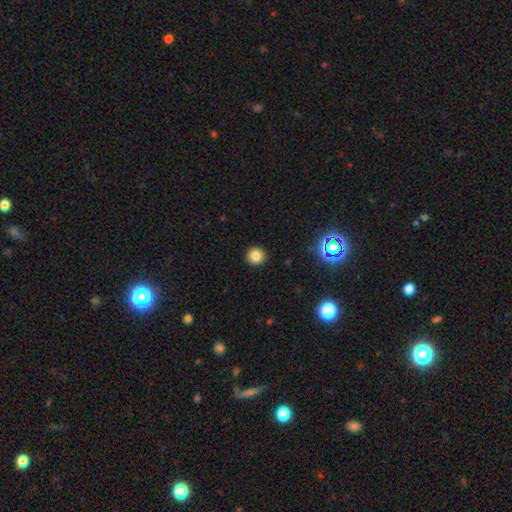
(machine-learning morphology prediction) smooth_or_featured: smooth (p=0.82) [alt: star or artifact p=0.13]
how_rounded: round (p=0.95) [alt: in between p=0.04]
merging: none (p=0.93) [alt: minor disturbance p=0.04]